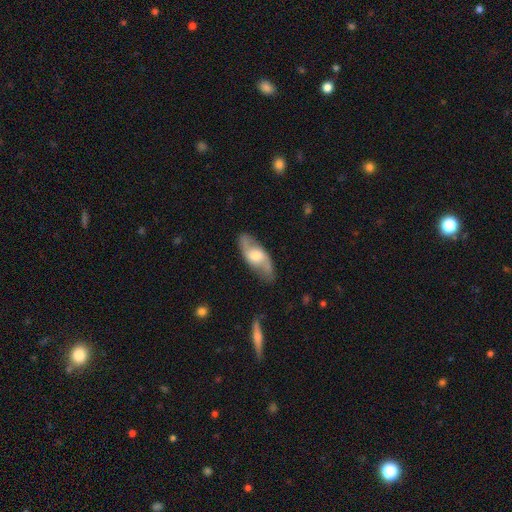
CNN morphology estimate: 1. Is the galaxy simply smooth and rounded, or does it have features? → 59% featured or disk, 35% smooth, 5% star or artifact.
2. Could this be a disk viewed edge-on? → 82% no, 18% yes.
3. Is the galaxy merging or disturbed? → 79% none, 15% minor disturbance, 4% major disturbance, 1% merger.